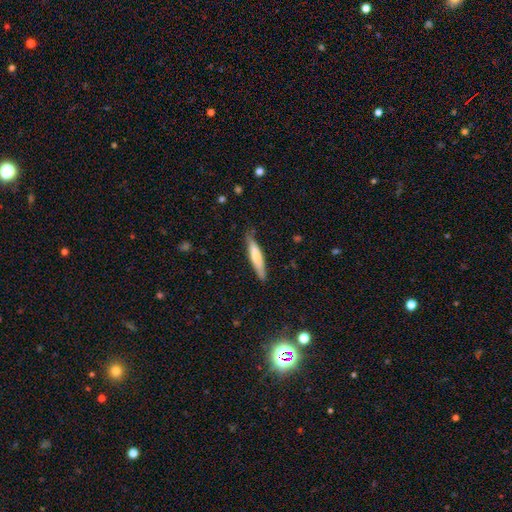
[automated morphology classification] Smooth or featured?
  - smooth: 61% *
  - featured or disk: 33%
  - star or artifact: 6%
How rounded?
  - cigar-shaped: 88% *
  - in between: 11%
  - round: 1%
Merging?
  - none: 80% *
  - minor disturbance: 16%
  - major disturbance: 3%
  - merger: 1%